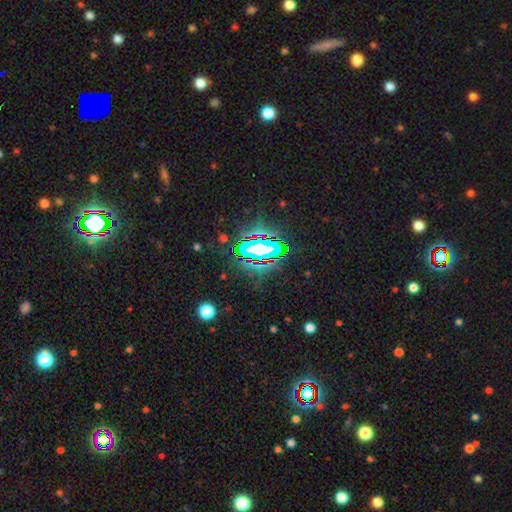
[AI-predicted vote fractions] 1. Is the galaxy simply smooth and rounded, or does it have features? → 70% star or artifact, 16% featured or disk, 15% smooth.